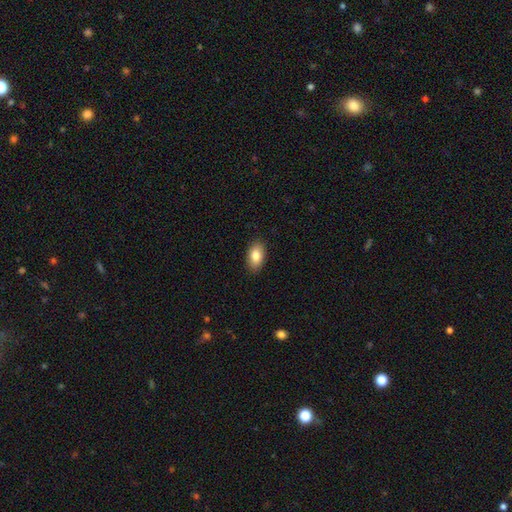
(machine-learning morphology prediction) Smooth or featured? Predicted: smooth (p=0.83). How rounded? Predicted: in between (p=0.92). Merging? Predicted: none (p=0.89).